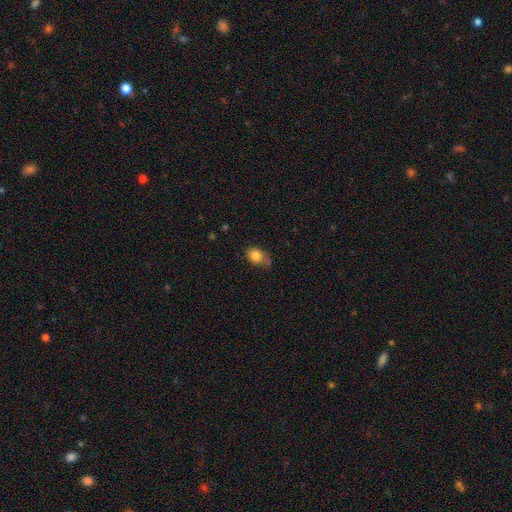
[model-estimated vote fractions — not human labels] smooth_or_featured: smooth (p=0.82) [alt: featured or disk p=0.09]
how_rounded: in between (p=0.66) [alt: round p=0.32]
merging: none (p=0.46) [alt: minor disturbance p=0.36]